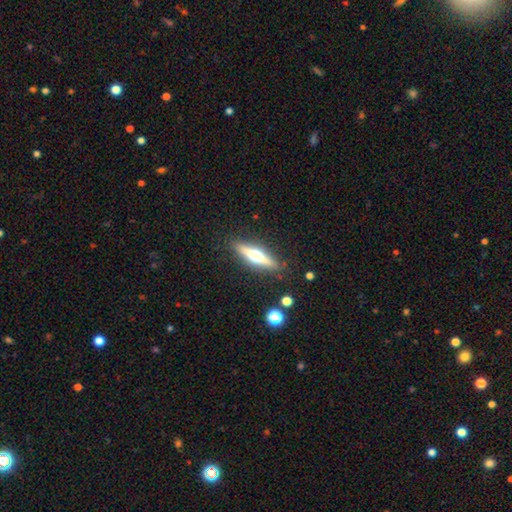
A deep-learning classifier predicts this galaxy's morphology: Overall: featured or disk (65%; smooth 29%). Edge-on disk: yes (95%). Edge-on bulge: rounded (95%). Merging: none (88%).